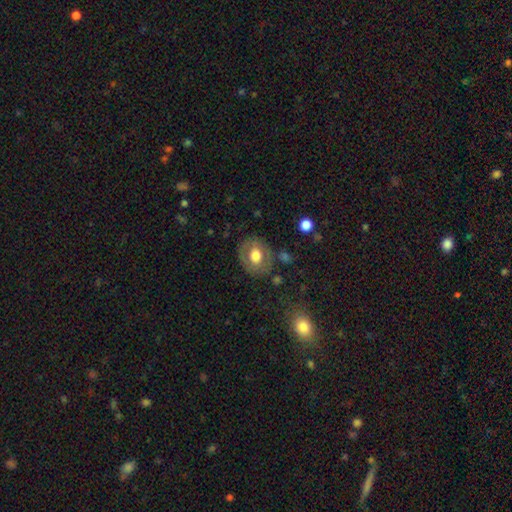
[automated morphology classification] Q: Smooth or featured?
A: smooth (58%); runner-up: featured or disk (35%)
Q: How rounded?
A: round (56%); runner-up: in between (43%)
Q: Merging?
A: none (79%); runner-up: minor disturbance (14%)